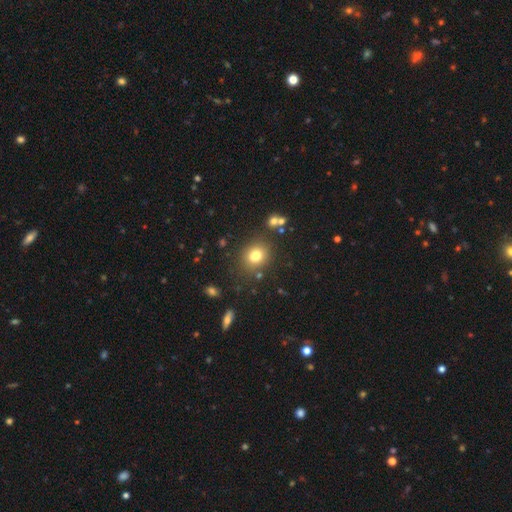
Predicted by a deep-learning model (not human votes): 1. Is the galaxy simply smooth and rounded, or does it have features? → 78% smooth, 13% star or artifact, 9% featured or disk.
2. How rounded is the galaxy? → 68% round, 31% in between, 1% cigar-shaped.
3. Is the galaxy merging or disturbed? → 79% none, 11% minor disturbance, 6% merger, 4% major disturbance.